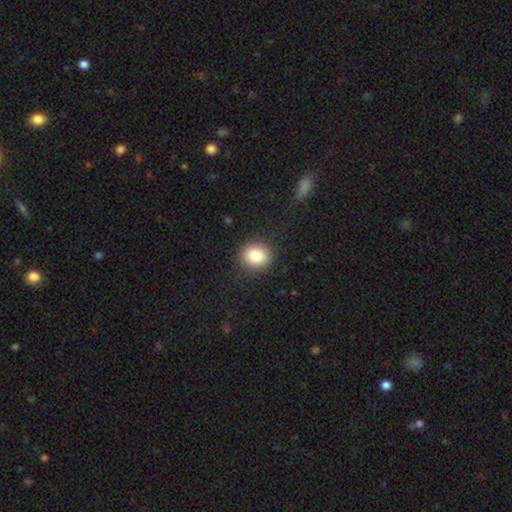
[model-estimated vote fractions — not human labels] This is clearly a smooth galaxy (83%). How rounded: likely round (80%). Merging: clearly none (89%).